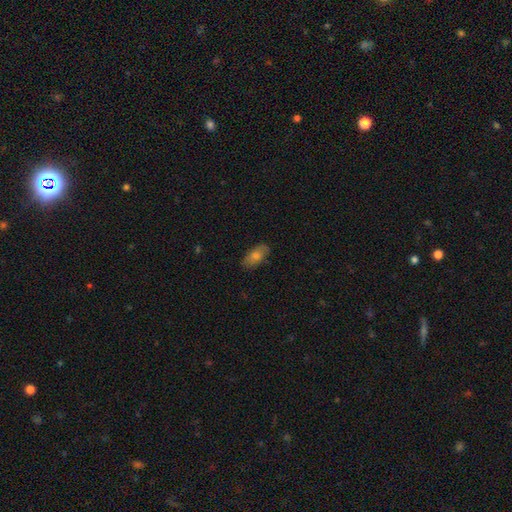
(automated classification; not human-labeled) Smooth or featured? Predicted: smooth (p=0.70). How rounded? Predicted: in between (p=0.85). Merging? Predicted: none (p=0.84).